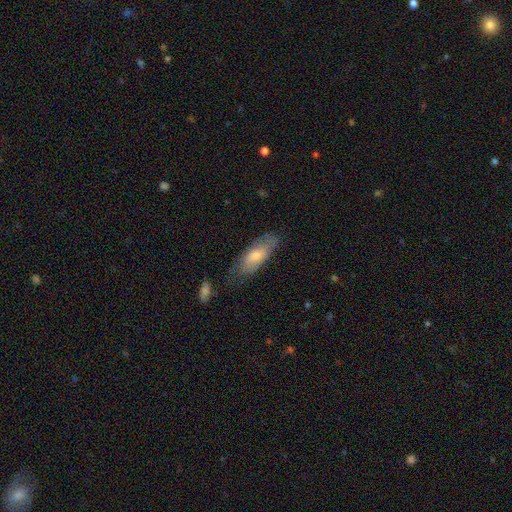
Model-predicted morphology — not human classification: type=smooth (57%); roundness=in between (70%); merging=none (66%).